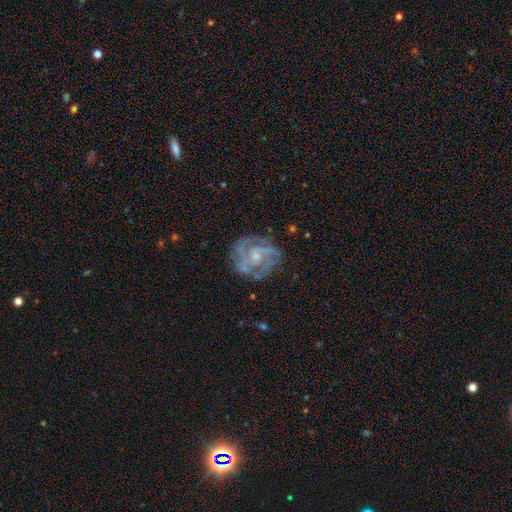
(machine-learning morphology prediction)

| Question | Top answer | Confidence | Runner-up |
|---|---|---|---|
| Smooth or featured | featured or disk | 79% | smooth (14%) |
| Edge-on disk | no | 98% | yes (2%) |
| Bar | no | 66% | weak (28%) |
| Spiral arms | yes | 77% | no (23%) |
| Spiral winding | tight | 52% | medium (36%) |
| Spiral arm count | can't tell | 36% | 2 (29%) |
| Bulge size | small | 56% | moderate (32%) |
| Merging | none | 71% | minor disturbance (17%) |